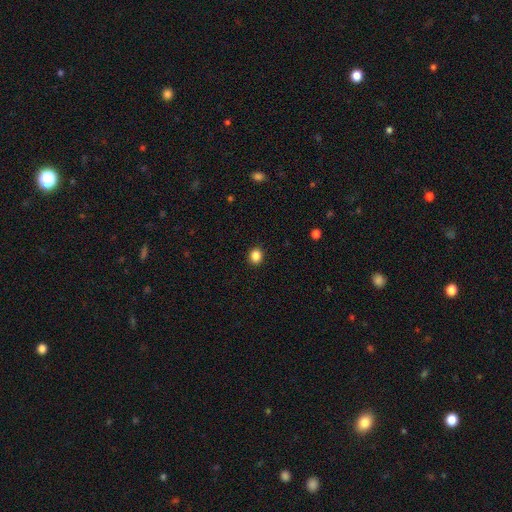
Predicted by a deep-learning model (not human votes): This is clearly a smooth galaxy (87%). How rounded: likely round (70%). Merging: clearly none (91%).